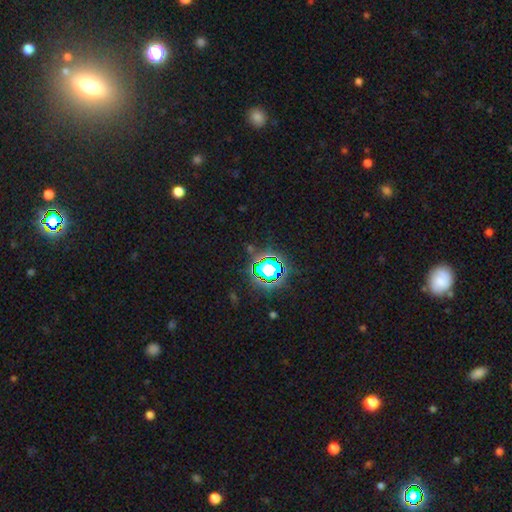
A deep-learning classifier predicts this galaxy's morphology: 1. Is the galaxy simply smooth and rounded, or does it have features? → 76% star or artifact, 17% smooth, 8% featured or disk.